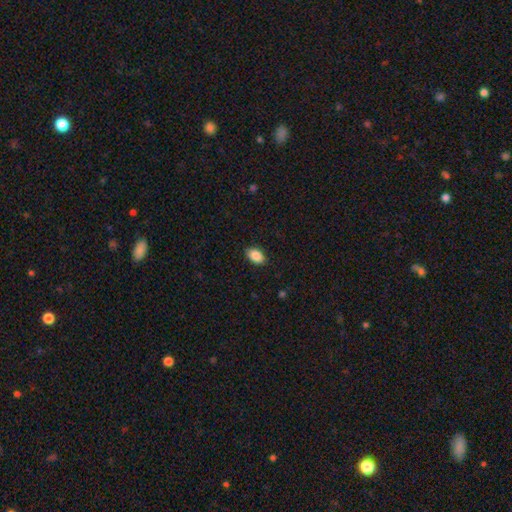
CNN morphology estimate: type=smooth (89%); roundness=in between (90%); merging=none (89%).